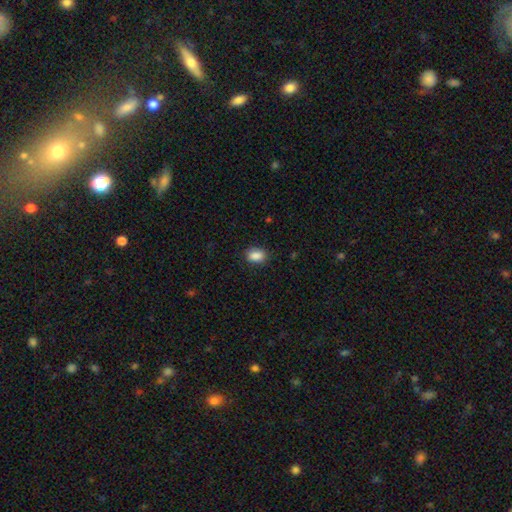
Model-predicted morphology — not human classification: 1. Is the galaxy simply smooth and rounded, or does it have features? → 88% smooth, 8% star or artifact, 4% featured or disk.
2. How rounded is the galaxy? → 84% in between, 14% round, 2% cigar-shaped.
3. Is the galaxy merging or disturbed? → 83% none, 13% minor disturbance, 3% major disturbance, 1% merger.